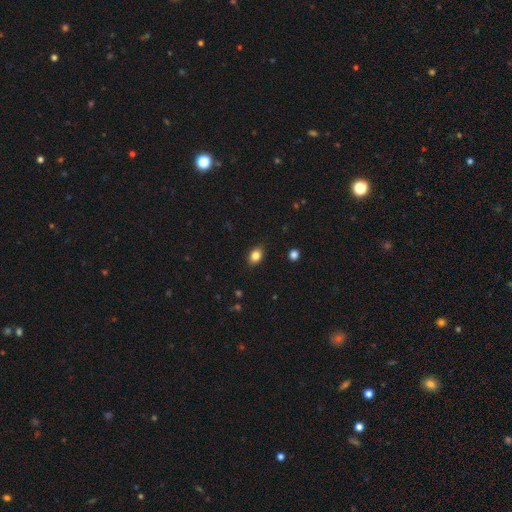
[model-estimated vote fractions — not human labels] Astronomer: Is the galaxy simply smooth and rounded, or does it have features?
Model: smooth — 83%.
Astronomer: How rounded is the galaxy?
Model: in between — 73%.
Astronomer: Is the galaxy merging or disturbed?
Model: none — 87%.